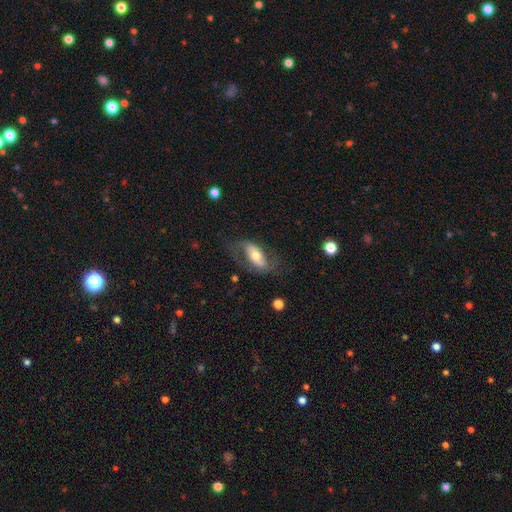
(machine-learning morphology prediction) Q: Smooth or featured?
A: featured or disk (62%); runner-up: smooth (32%)
Q: Edge-on disk?
A: no (89%); runner-up: yes (11%)
Q: Bar?
A: strong (38%); runner-up: no (34%)
Q: Spiral arms?
A: yes (79%); runner-up: no (21%)
Q: Bulge size?
A: moderate (61%); runner-up: small (23%)
Q: Merging?
A: none (61%); runner-up: minor disturbance (20%)